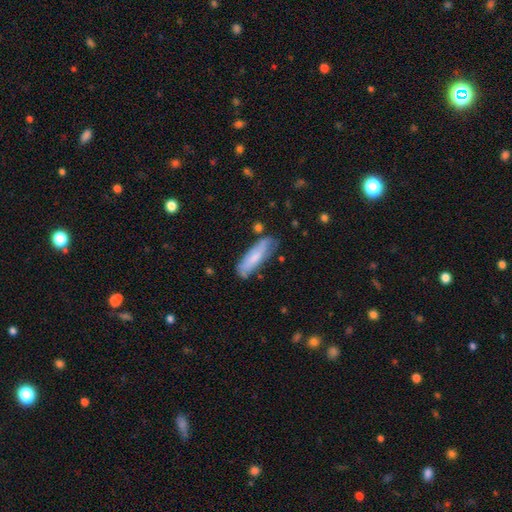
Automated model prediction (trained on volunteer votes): smooth-or-featured: smooth: 67% | featured or disk: 27% | star or artifact: 6%
  how-rounded: cigar-shaped: 58% | in between: 40% | round: 2%
  merging: none: 70% | minor disturbance: 21% | major disturbance: 5% | merger: 4%